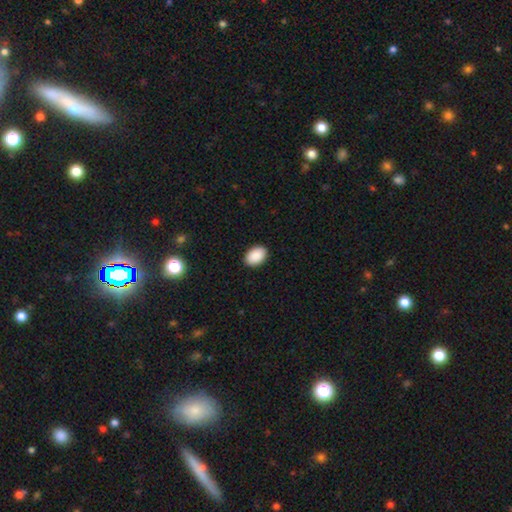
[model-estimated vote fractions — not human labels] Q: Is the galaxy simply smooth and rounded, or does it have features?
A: smooth — 90%.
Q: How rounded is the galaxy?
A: in between — 85%.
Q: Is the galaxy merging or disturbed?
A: none — 91%.